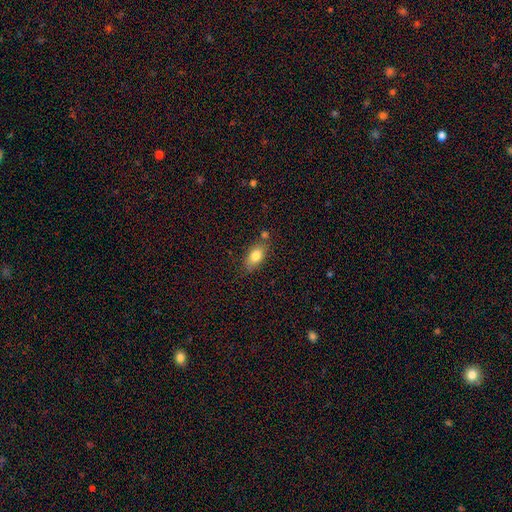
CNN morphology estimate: Smooth or featured? smooth (82%)
How rounded? in between (88%)
Merging? none (71%)